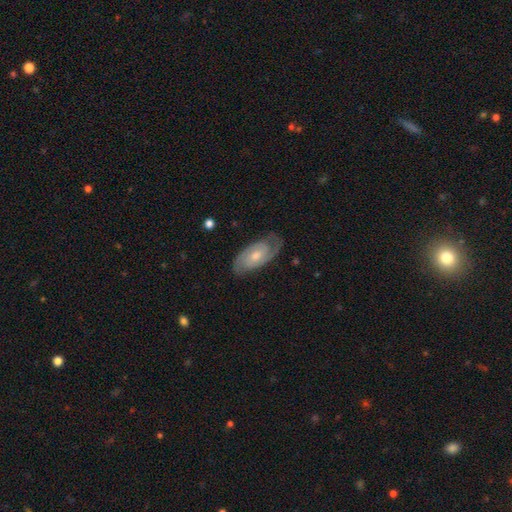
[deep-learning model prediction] smooth-or-featured: featured or disk: 80% | smooth: 15% | star or artifact: 5%
  disk-edge-on: no: 94% | yes: 6%
    bar: no: 60% | weak: 34% | strong: 6%
    has-spiral-arms: yes: 94% | no: 6%
      spiral-winding: tight: 53% | medium: 38% | loose: 10%
      spiral-arm-count: 2: 82% | can't tell: 11% | 1: 3% | 3: 3% | 4: 1% | more than 4: 1%
    bulge-size: moderate: 58% | small: 35% | large: 4% | none: 2% | dominant: 1%
  merging: none: 77% | minor disturbance: 17% | major disturbance: 5% | merger: 1%